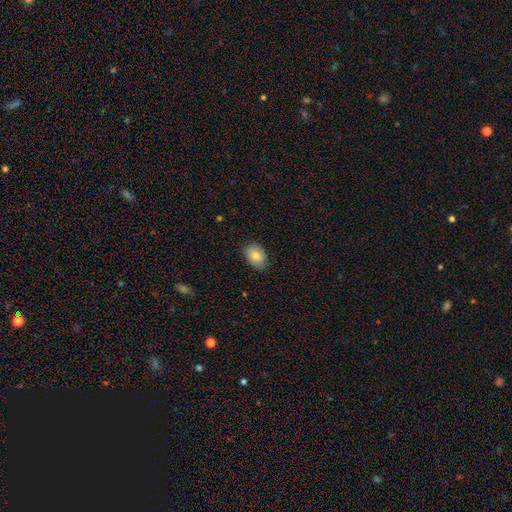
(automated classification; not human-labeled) Q: Smooth or featured?
A: smooth (80%); runner-up: featured or disk (12%)
Q: How rounded?
A: in between (81%); runner-up: round (18%)
Q: Merging?
A: none (83%); runner-up: minor disturbance (14%)